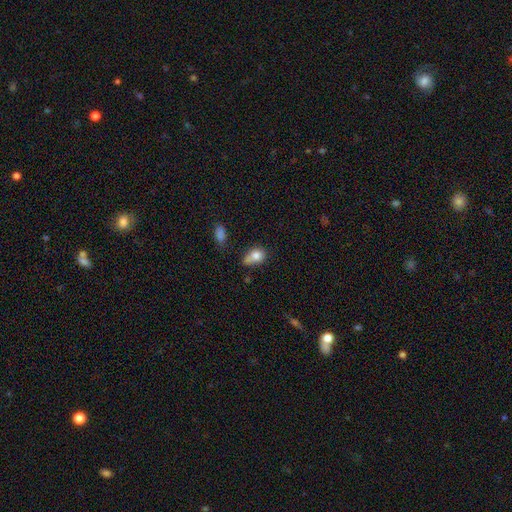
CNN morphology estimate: Smooth or featured: smooth — 79% (featured or disk — 11%)
How rounded: in between — 60% (round — 37%)
Merging: none — 36% (minor disturbance — 30%)